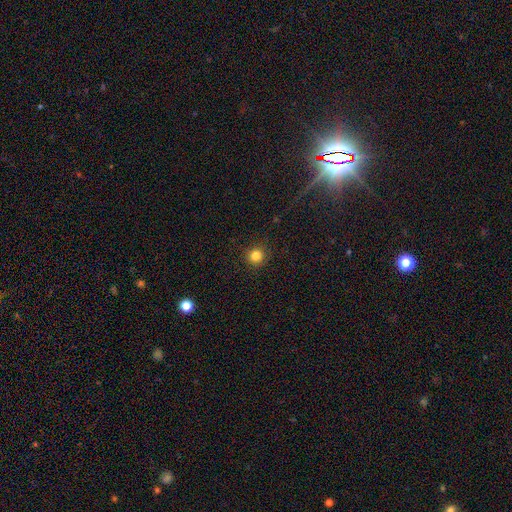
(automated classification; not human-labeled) Morphology: type=smooth (84%); roundness=round (94%); merging=none (91%).